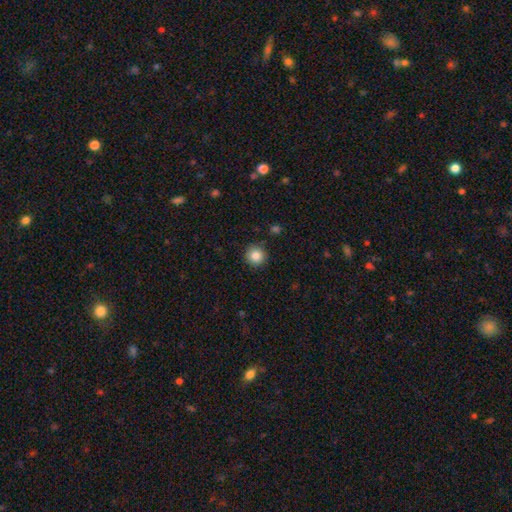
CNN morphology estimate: Smooth or featured: smooth — 84% (star or artifact — 10%)
How rounded: round — 95% (in between — 4%)
Merging: none — 90% (minor disturbance — 6%)